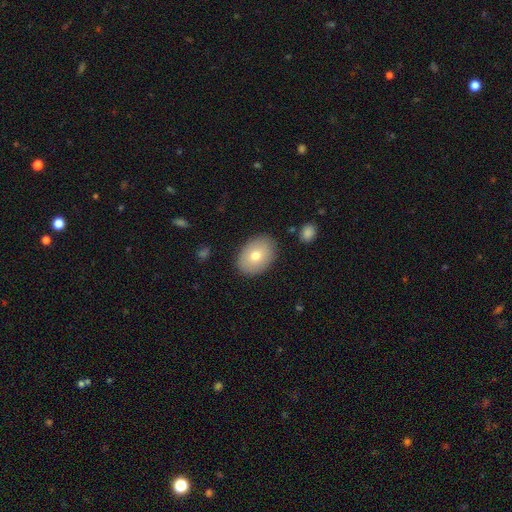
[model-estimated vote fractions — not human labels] Smooth or featured?
  - smooth: 73% *
  - featured or disk: 20%
  - star or artifact: 7%
How rounded?
  - in between: 79% *
  - round: 20%
  - cigar-shaped: 1%
Merging?
  - none: 86% *
  - minor disturbance: 10%
  - major disturbance: 2%
  - merger: 2%